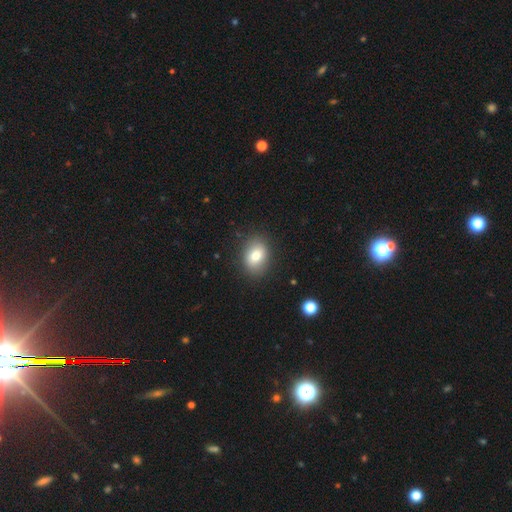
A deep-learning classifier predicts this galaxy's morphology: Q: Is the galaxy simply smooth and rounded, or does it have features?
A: smooth — 79%.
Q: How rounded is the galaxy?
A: in between — 71%.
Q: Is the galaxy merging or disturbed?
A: none — 85%.